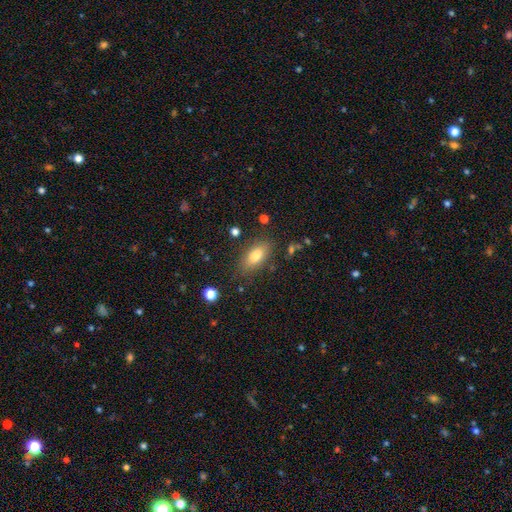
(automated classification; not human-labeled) Q: Smooth or featured?
A: smooth (78%); runner-up: featured or disk (13%)
Q: How rounded?
A: in between (85%); runner-up: cigar-shaped (10%)
Q: Merging?
A: none (82%); runner-up: minor disturbance (12%)